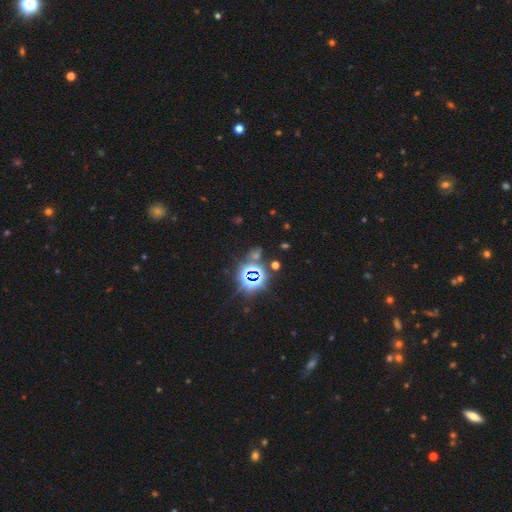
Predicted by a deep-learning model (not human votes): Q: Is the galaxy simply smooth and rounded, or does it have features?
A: star or artifact — 76%.